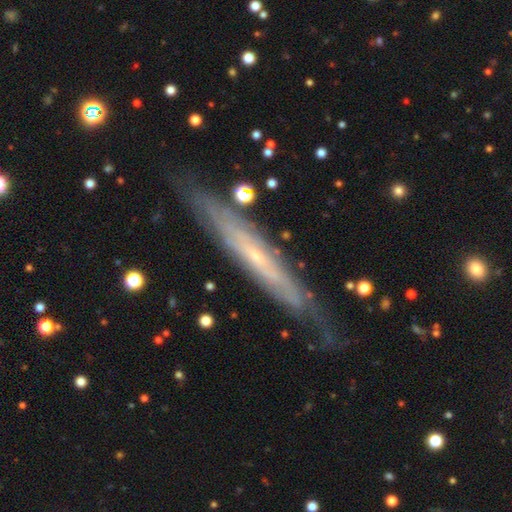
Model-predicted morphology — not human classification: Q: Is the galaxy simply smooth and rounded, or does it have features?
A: featured or disk — 75%.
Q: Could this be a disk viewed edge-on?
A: yes — 70%.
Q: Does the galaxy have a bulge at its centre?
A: none — 54%.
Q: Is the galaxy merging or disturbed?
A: none — 78%.